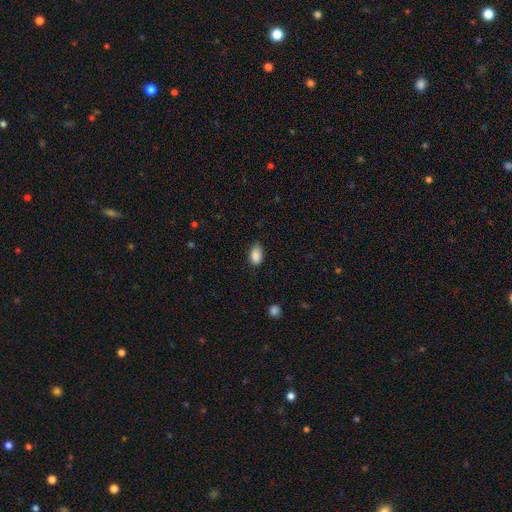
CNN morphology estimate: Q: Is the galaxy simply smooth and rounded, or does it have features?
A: smooth — 88%.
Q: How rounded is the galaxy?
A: in between — 91%.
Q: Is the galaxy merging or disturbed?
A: none — 74%.